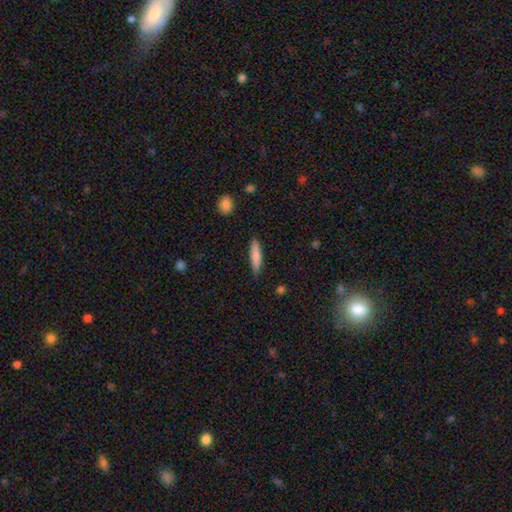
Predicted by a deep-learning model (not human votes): Smooth or featured?
  - smooth: 80% *
  - featured or disk: 15%
  - star or artifact: 6%
How rounded?
  - cigar-shaped: 85% *
  - in between: 14%
  - round: 1%
Merging?
  - none: 87% *
  - minor disturbance: 9%
  - major disturbance: 2%
  - merger: 1%